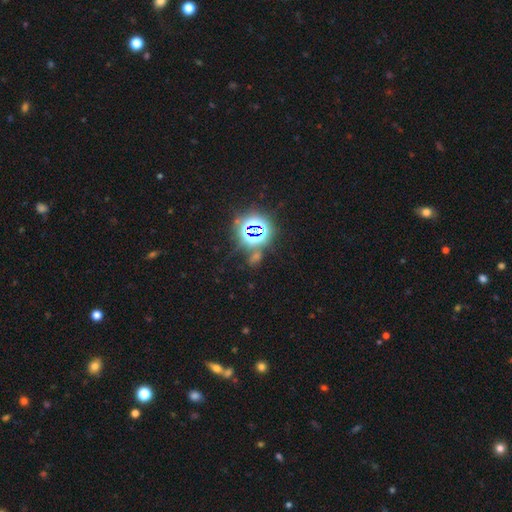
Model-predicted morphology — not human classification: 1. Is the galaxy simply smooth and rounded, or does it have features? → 78% star or artifact, 14% smooth, 8% featured or disk.